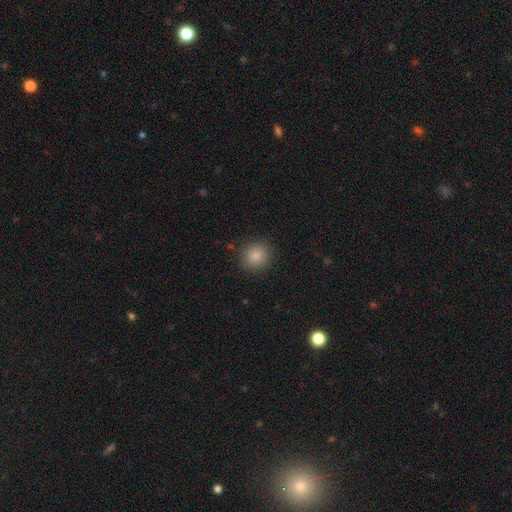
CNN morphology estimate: smooth 86%, star or artifact 10%, featured or disk 4%. Down the decision tree: how rounded — round (88%); merging — none (89%).